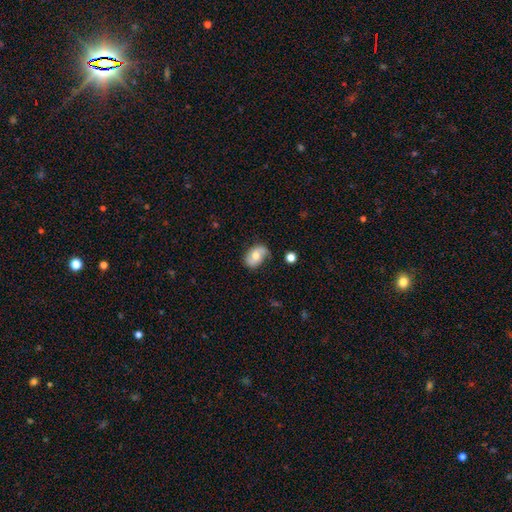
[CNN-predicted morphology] A smooth galaxy with no disk features (48%). Merging: none (59%).